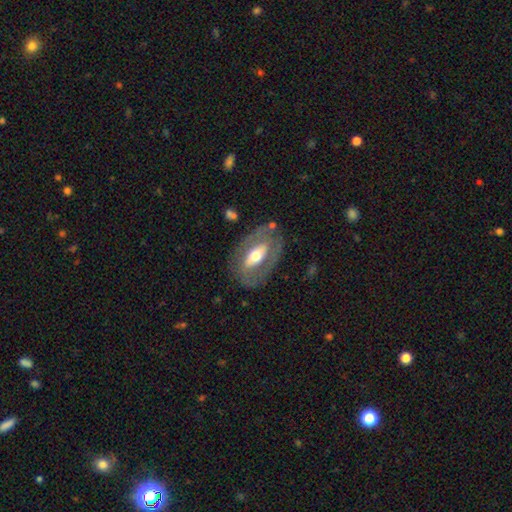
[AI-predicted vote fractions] Morphology: type=featured or disk (64%); edge-on=no (86%); bar=strong (38%); spiral arms=no (69%); bulge=moderate (67%); merging=none (73%).